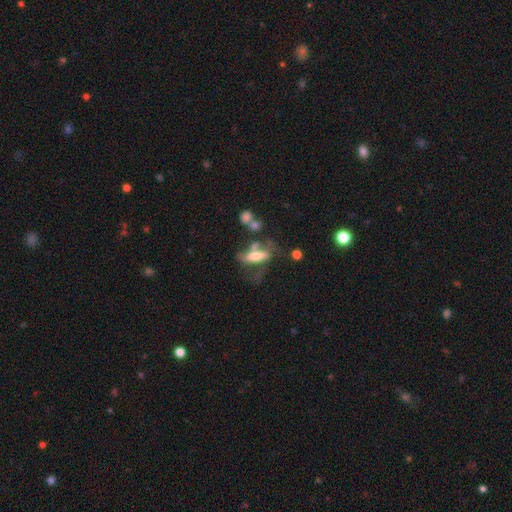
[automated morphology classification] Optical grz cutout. It shows a featured or disk galaxy (46%). Merging: none (32%).